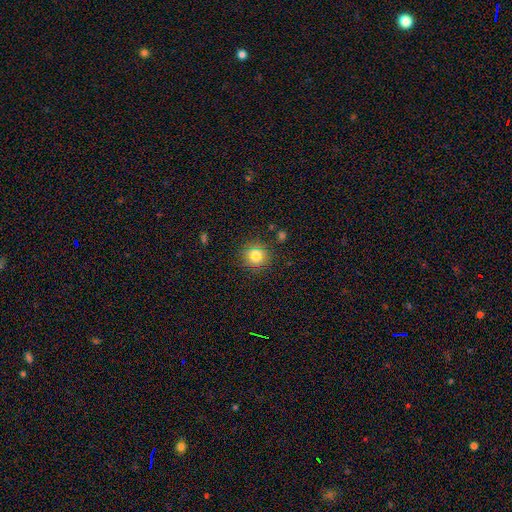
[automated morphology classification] Smooth or featured: smooth — 70% (star or artifact — 20%)
How rounded: round — 91% (in between — 8%)
Merging: none — 87% (minor disturbance — 8%)